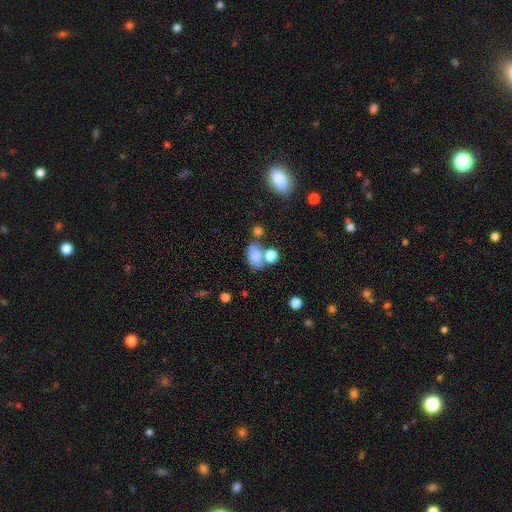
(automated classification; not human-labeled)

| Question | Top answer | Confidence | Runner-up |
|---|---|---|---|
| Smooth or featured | smooth | 76% | featured or disk (13%) |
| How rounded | in between | 78% | round (20%) |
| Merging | none | 40% | merger (34%) |